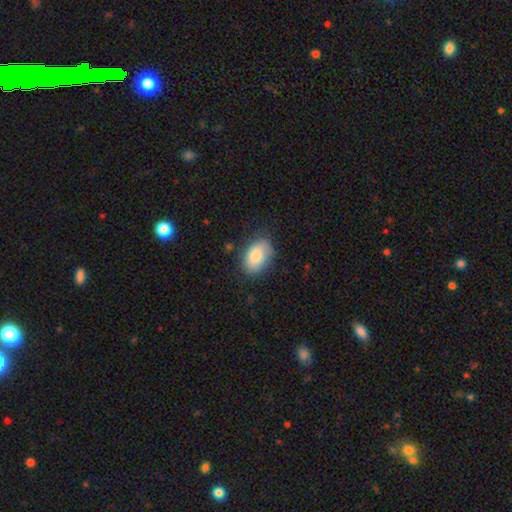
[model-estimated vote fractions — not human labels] A smooth galaxy with no disk features (79%) that is in between round and cigar-shaped (88%). Merging: none (73%).